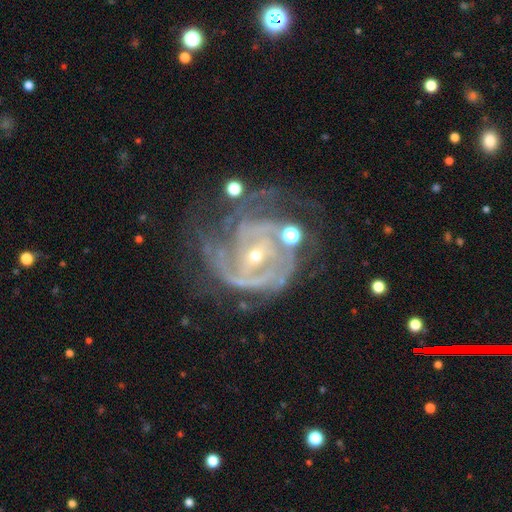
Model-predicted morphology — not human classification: Smooth or featured: featured or disk — 89% (star or artifact — 7%)
Edge-on disk: no — 98% (yes — 2%)
Bar: weak — 38% (no — 37%)
Spiral arms: yes — 96% (no — 4%)
Spiral winding: tight — 53% (medium — 38%)
Spiral arm count: 3 — 27% (2 — 26%)
Bulge size: small — 78% (moderate — 18%)
Merging: none — 41% (major disturbance — 30%)